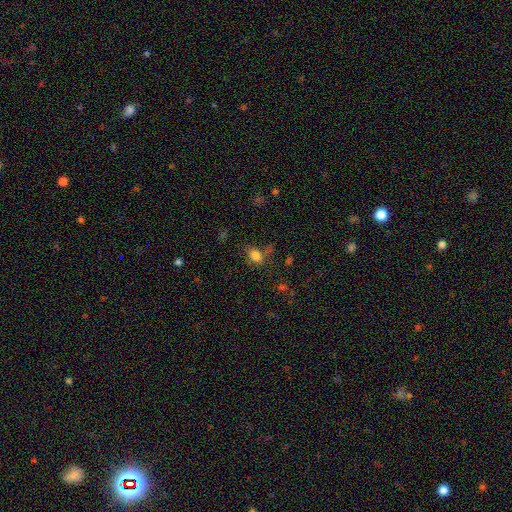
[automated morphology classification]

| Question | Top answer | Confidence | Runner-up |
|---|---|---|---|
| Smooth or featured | smooth | 79% | star or artifact (13%) |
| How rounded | in between | 69% | round (29%) |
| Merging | none | 61% | minor disturbance (21%) |